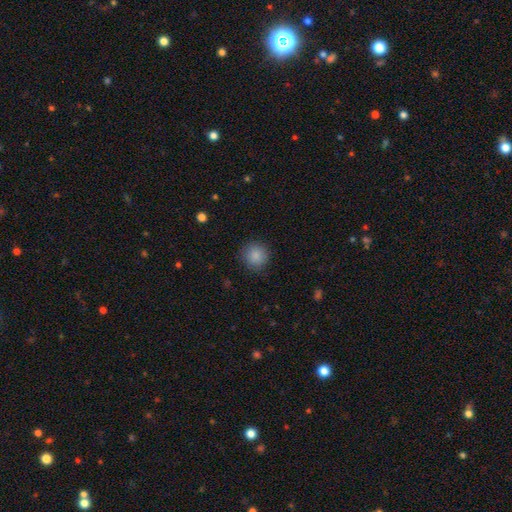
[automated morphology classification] Q: Smooth or featured?
A: smooth (87%); runner-up: star or artifact (9%)
Q: How rounded?
A: round (93%); runner-up: in between (6%)
Q: Merging?
A: none (88%); runner-up: minor disturbance (8%)